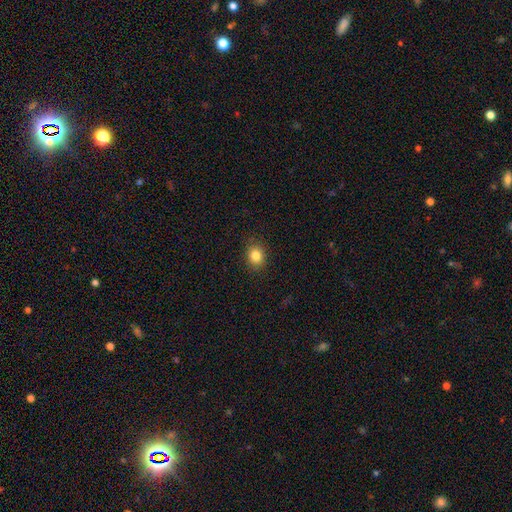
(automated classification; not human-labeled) Smooth or featured?
  - smooth: 83% *
  - star or artifact: 11%
  - featured or disk: 6%
How rounded?
  - round: 60% *
  - in between: 39%
  - cigar-shaped: 1%
Merging?
  - none: 88% *
  - minor disturbance: 9%
  - major disturbance: 3%
  - merger: 1%